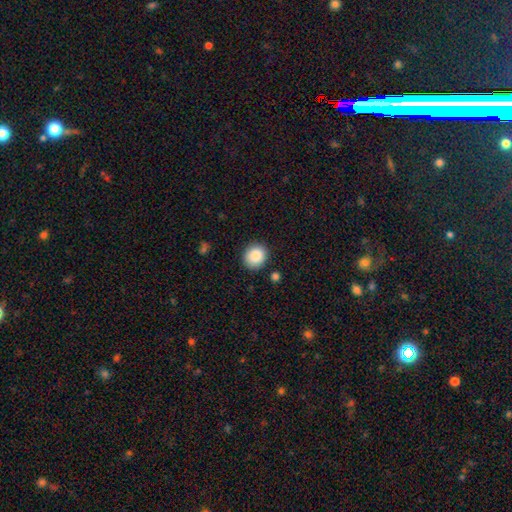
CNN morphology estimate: Smooth or featured? Predicted: smooth (p=0.88). How rounded? Predicted: round (p=0.81). Merging? Predicted: none (p=0.87).